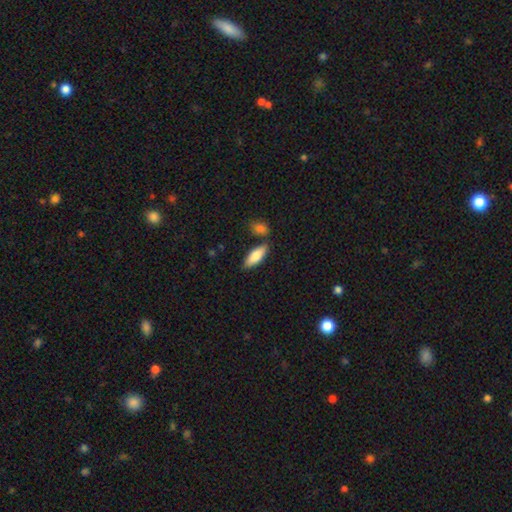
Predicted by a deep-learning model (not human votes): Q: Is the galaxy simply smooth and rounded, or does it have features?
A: smooth — 80%.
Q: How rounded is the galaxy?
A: in between — 71%.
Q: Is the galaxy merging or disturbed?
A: none — 75%.